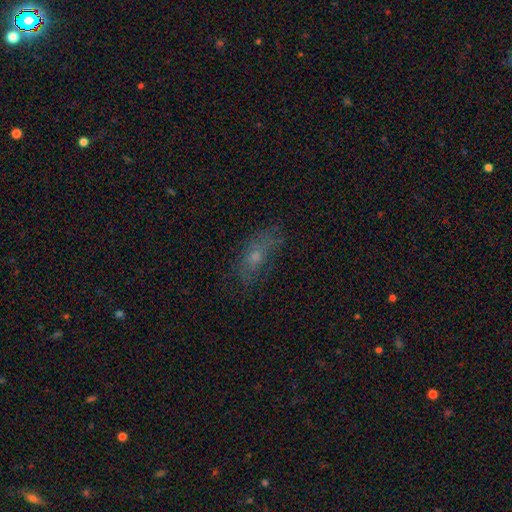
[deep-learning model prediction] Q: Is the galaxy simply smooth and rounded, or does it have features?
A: smooth — 50%.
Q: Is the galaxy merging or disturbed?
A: none — 60%.